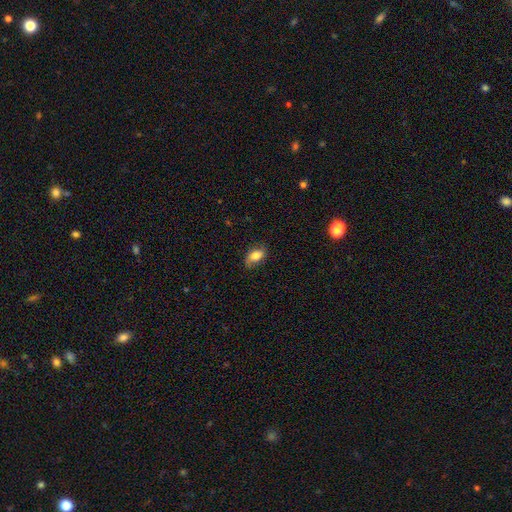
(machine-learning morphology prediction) This appears to be a smooth galaxy with no disk features (75%) that is in between round and cigar-shaped (88%). Merging: none (71%).